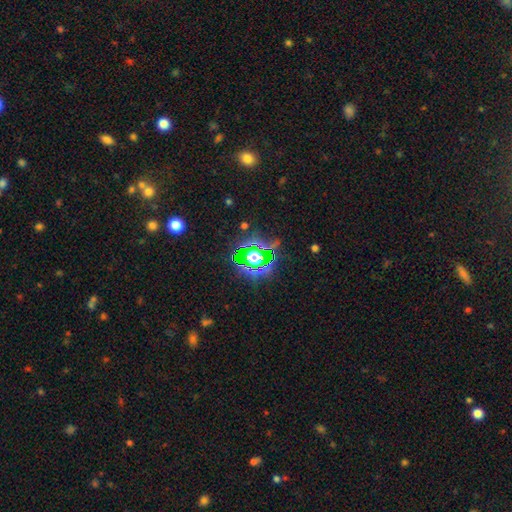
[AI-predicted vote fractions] Smooth or featured? Predicted: star or artifact (p=0.51).